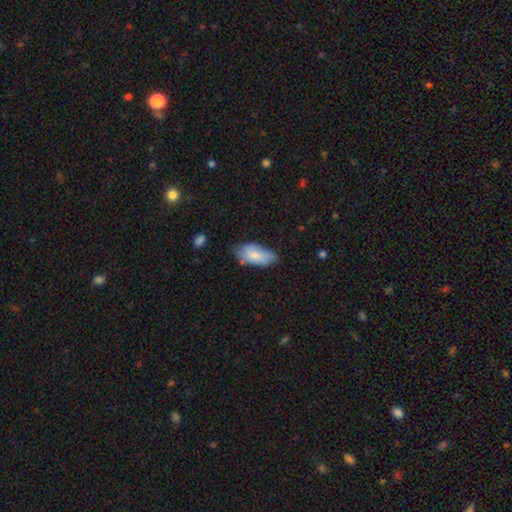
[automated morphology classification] Smooth or featured? Predicted: smooth (p=0.77). How rounded? Predicted: in between (p=0.91). Merging? Predicted: none (p=0.56).